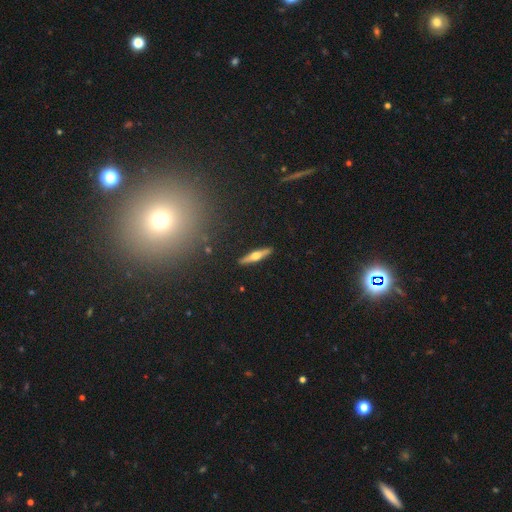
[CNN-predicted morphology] Smooth or featured? featured or disk (59%)
Edge-on disk? yes (95%)
Edge-on bulge? rounded (92%)
Merging? none (91%)